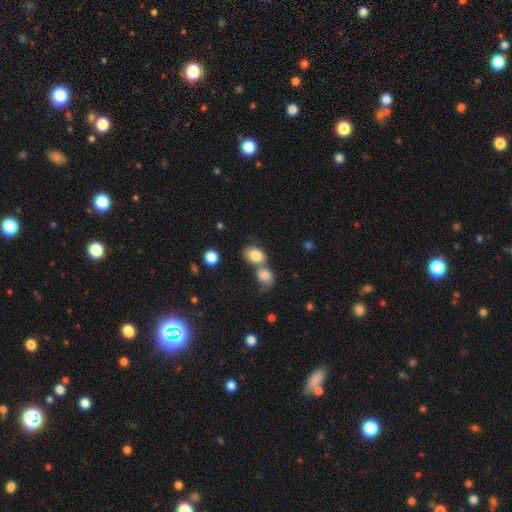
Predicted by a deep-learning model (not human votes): smooth 82%, featured or disk 10%, star or artifact 8%. Down the decision tree: how rounded — in between (62%); merging — merger (56%).